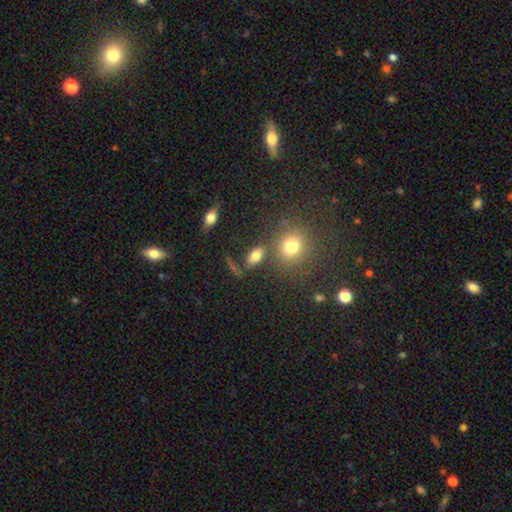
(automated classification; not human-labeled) Smooth or featured?
  - smooth: 75% *
  - star or artifact: 13%
  - featured or disk: 12%
How rounded?
  - in between: 79% *
  - round: 14%
  - cigar-shaped: 7%
Merging?
  - none: 67% *
  - merger: 14%
  - minor disturbance: 12%
  - major disturbance: 6%